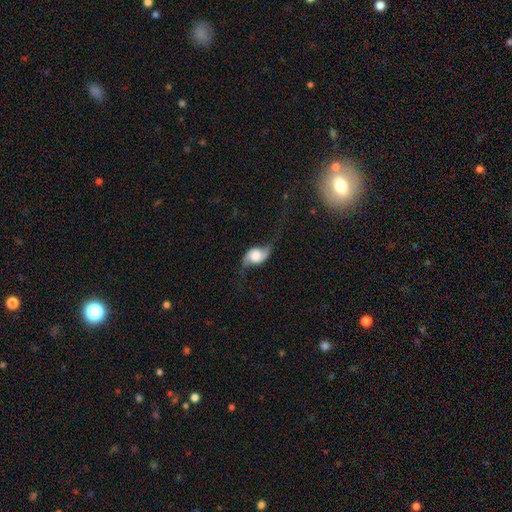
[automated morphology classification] Smooth or featured: featured or disk — 75% (smooth — 18%)
Edge-on disk: no — 94% (yes — 6%)
Bar: no — 66% (weak — 25%)
Spiral arms: yes — 95% (no — 5%)
Spiral winding: loose — 82% (medium — 14%)
Spiral arm count: 2 — 93% (1 — 2%)
Bulge size: large — 40% (dominant — 27%)
Merging: none — 64% (minor disturbance — 19%)